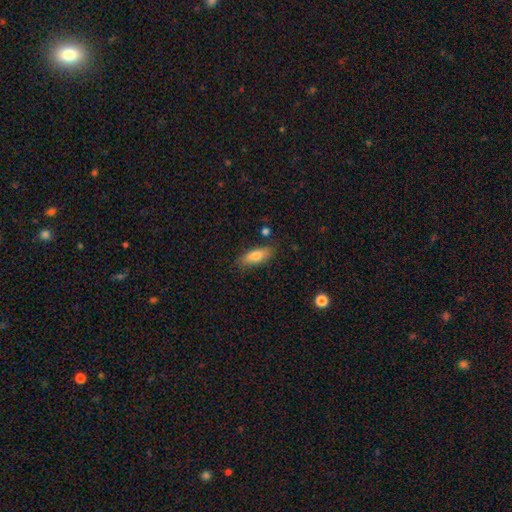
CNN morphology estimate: smooth_or_featured: smooth (p=0.76) [alt: featured or disk p=0.18]
how_rounded: in between (p=0.67) [alt: cigar-shaped p=0.30]
merging: none (p=0.80) [alt: minor disturbance p=0.14]